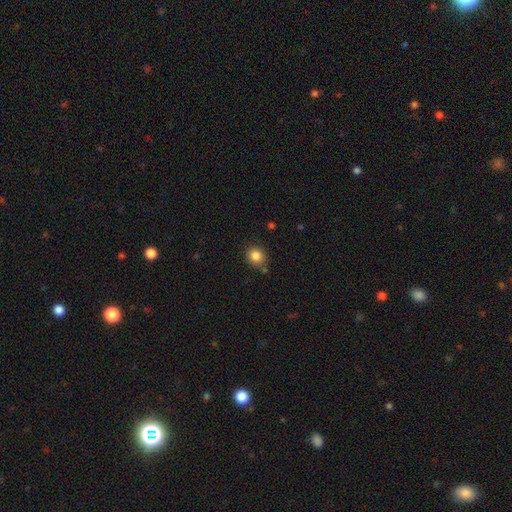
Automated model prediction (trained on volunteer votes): Q: Smooth or featured?
A: smooth (84%); runner-up: star or artifact (10%)
Q: How rounded?
A: round (74%); runner-up: in between (25%)
Q: Merging?
A: none (79%); runner-up: minor disturbance (12%)